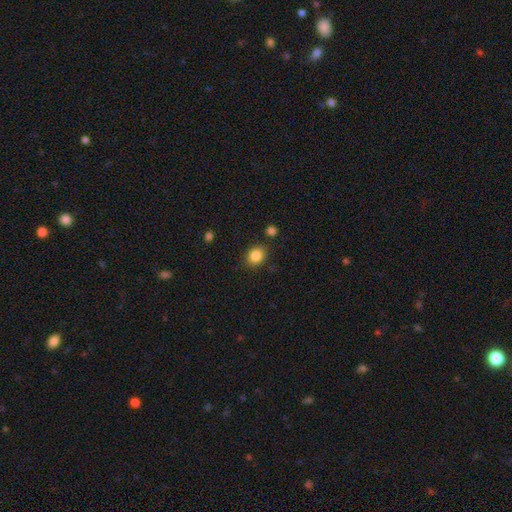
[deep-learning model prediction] Overall: smooth (85%). How rounded: round (67%; in between 32%). Merging: none (82%).